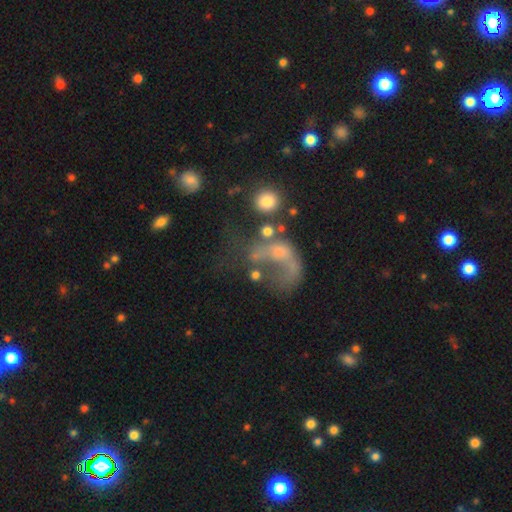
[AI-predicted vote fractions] This is possibly a featured or disk galaxy (49%). Merging: possibly major disturbance (54%).